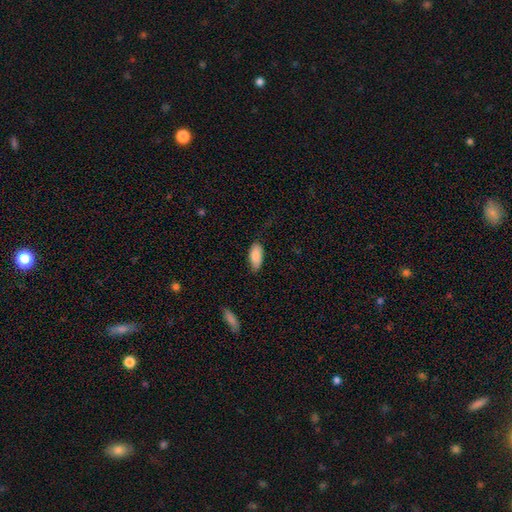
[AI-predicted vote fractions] smooth-or-featured: smooth: 88% | star or artifact: 6% | featured or disk: 6%
  how-rounded: in between: 89% | cigar-shaped: 9% | round: 2%
  merging: none: 75% | minor disturbance: 21% | major disturbance: 3% | merger: 1%